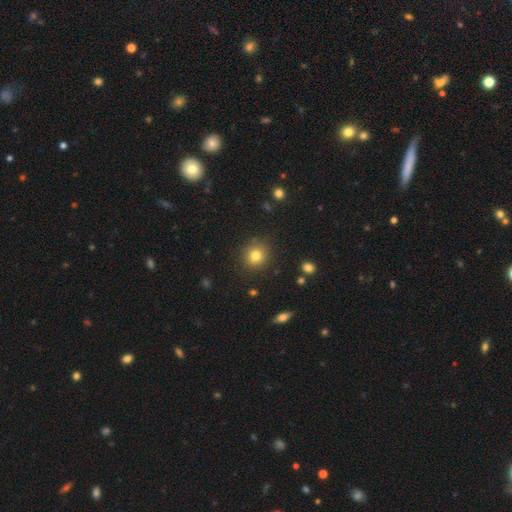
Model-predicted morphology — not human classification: Overall: smooth (80%). How rounded: round (85%). Merging: none (86%).